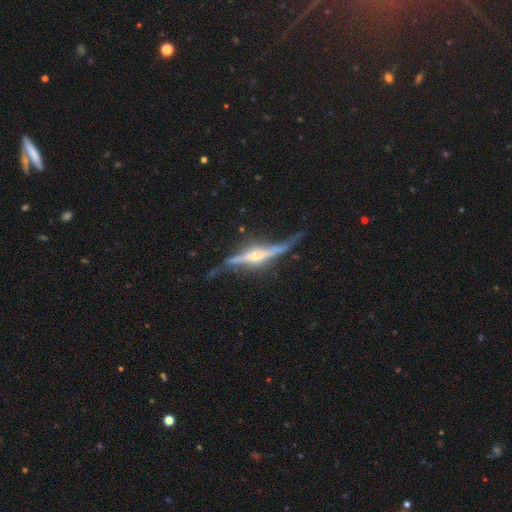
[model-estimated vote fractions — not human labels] smooth-or-featured: featured or disk: 86% | smooth: 8% | star or artifact: 6%
  disk-edge-on: yes: 87% | no: 13%
    edge-on-bulge: rounded: 79% | boxy: 14% | none: 8%
  merging: none: 59% | minor disturbance: 25% | major disturbance: 13% | merger: 3%